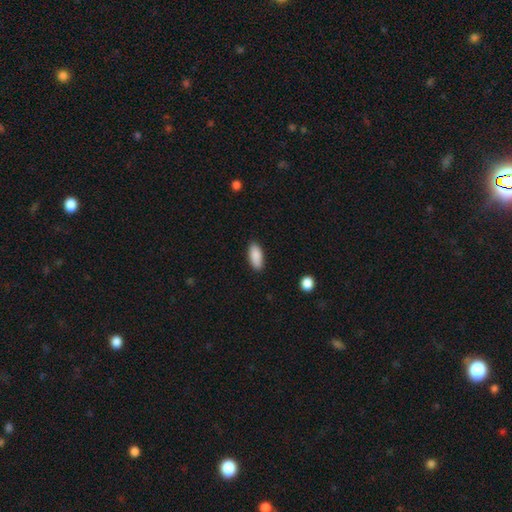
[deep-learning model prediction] The model was most divided on "how rounded": in between: 86%, cigar-shaped: 12%, round: 2%. More confident: smooth or featured — smooth (89%); merging — none (88%).